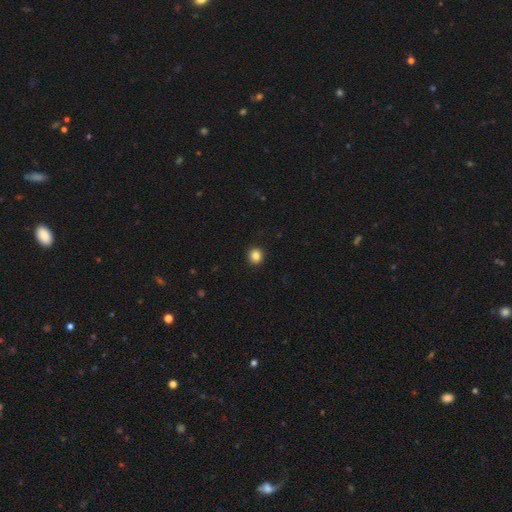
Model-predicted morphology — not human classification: A smooth galaxy with no disk features (86%) that is round (88%). Merging: none (93%).